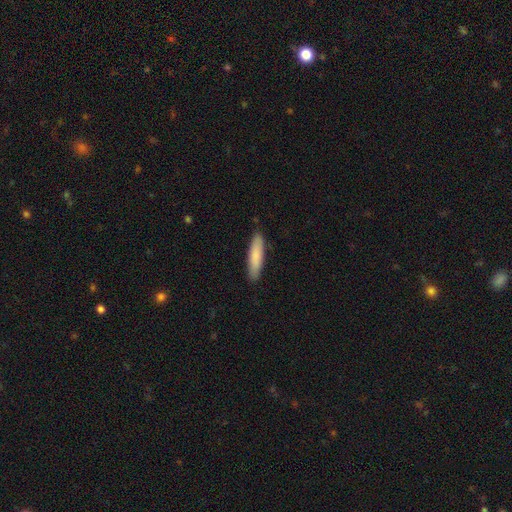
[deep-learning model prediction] A smooth galaxy with no disk features (82%) that is cigar-shaped (79%).

Vote fractions:
- Smooth or featured? smooth: 82% / featured or disk: 12% / star or artifact: 5%
- How rounded? cigar-shaped: 79% / in between: 20% / round: 1%
- Merging? none: 88% / minor disturbance: 10% / major disturbance: 2% / merger: 1%